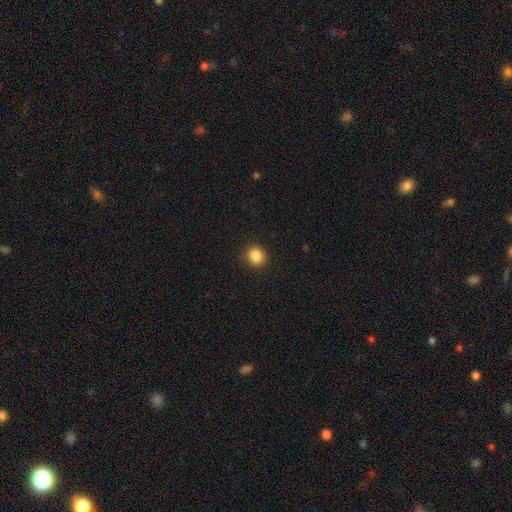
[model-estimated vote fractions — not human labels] The model was most divided on "smooth or featured": smooth: 86%, star or artifact: 10%, featured or disk: 4%. More confident: merging — none (91%); how rounded — round (87%).